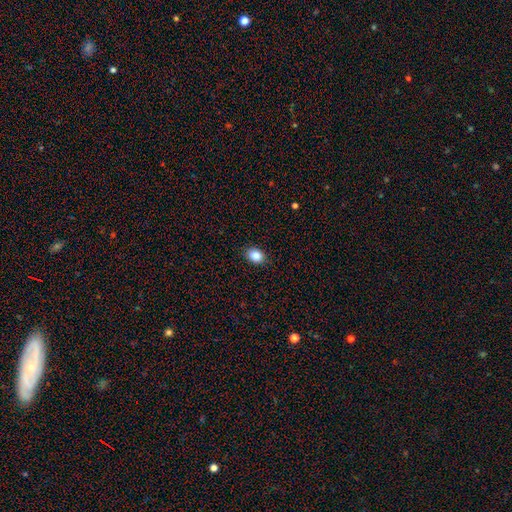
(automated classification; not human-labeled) Smooth or featured: smooth — 87% (star or artifact — 9%)
How rounded: in between — 68% (round — 31%)
Merging: none — 88% (minor disturbance — 9%)